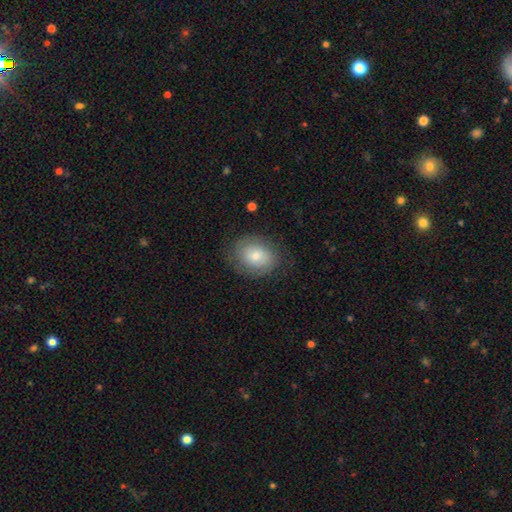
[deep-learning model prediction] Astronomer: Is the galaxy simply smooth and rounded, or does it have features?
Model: smooth — 65%.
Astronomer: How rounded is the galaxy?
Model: in between — 61% (runner-up: round, 38%).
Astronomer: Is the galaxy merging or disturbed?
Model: none — 78%.